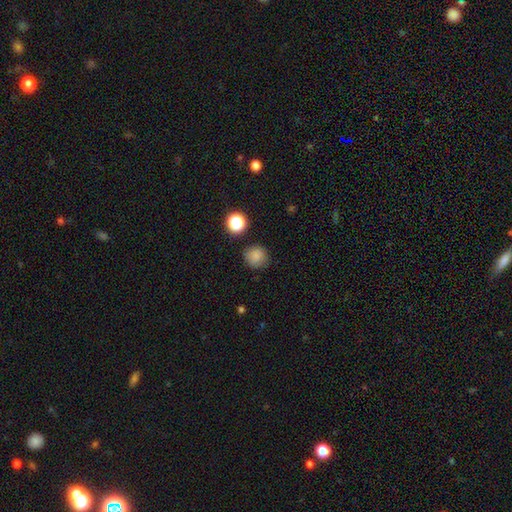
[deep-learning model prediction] Q: Smooth or featured?
A: smooth (83%); runner-up: star or artifact (12%)
Q: How rounded?
A: round (92%); runner-up: in between (7%)
Q: Merging?
A: none (82%); runner-up: minor disturbance (11%)